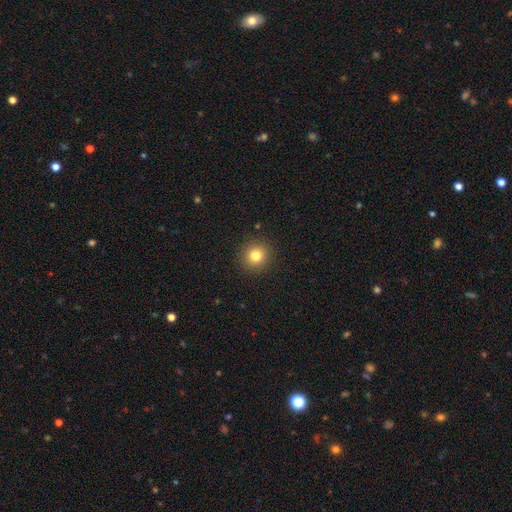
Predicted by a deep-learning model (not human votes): smooth_or_featured: smooth (p=0.79) [alt: star or artifact p=0.13]
how_rounded: round (p=0.92) [alt: in between p=0.07]
merging: none (p=0.91) [alt: minor disturbance p=0.06]